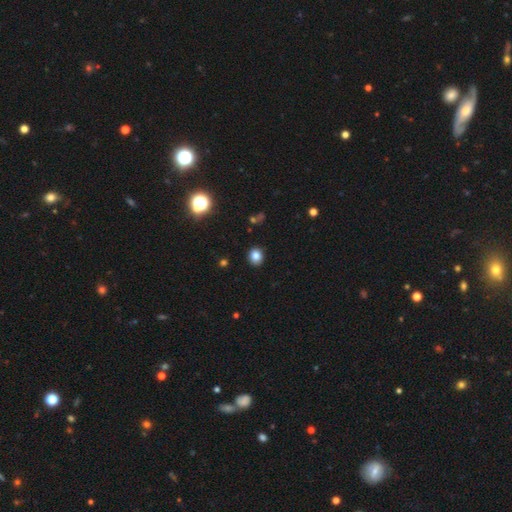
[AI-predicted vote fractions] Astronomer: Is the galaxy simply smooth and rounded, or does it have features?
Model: smooth — 82%.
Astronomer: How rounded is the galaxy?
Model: round — 75%.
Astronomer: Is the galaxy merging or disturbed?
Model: none — 91%.